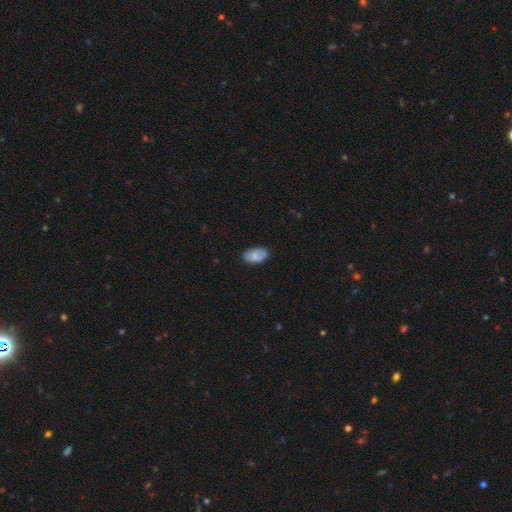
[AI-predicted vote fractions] Smooth or featured: smooth — 72% (featured or disk — 21%)
How rounded: in between — 92% (round — 7%)
Merging: none — 78% (minor disturbance — 17%)